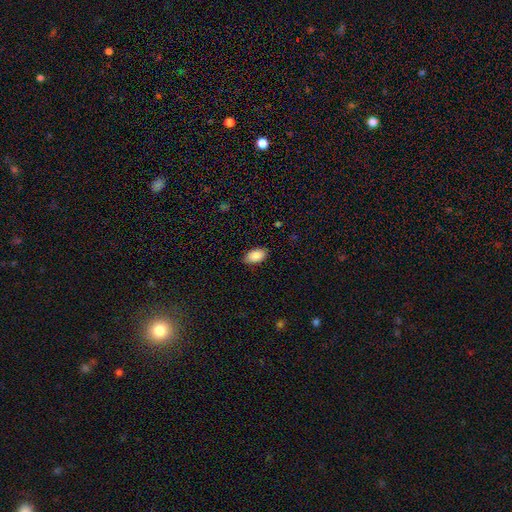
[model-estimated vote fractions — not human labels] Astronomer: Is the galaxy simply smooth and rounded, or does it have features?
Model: smooth — 89%.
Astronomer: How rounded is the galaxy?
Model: in between — 94%.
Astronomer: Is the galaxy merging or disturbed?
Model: none — 83%.